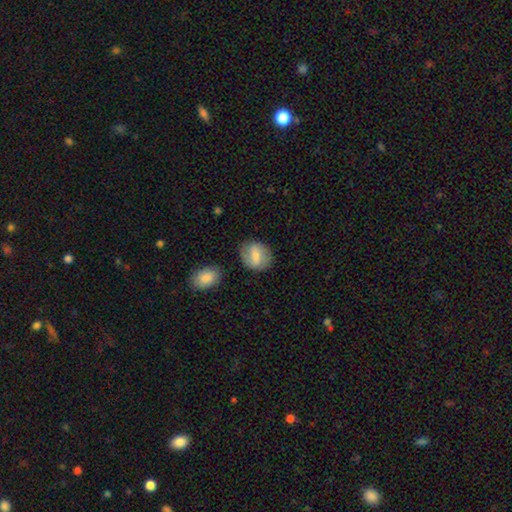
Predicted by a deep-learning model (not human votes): The model was most divided on "smooth or featured": smooth: 57%, featured or disk: 36%, star or artifact: 7%. More confident: merging — none (79%); how rounded — round (64%).